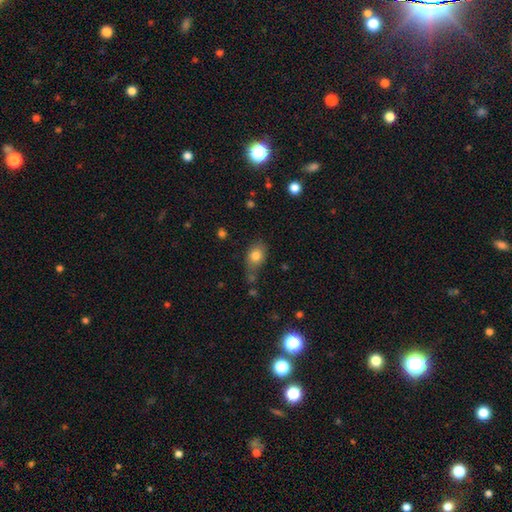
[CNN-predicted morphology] Smooth or featured? Predicted: smooth (p=0.81). How rounded? Predicted: in between (p=0.71). Merging? Predicted: none (p=0.58).